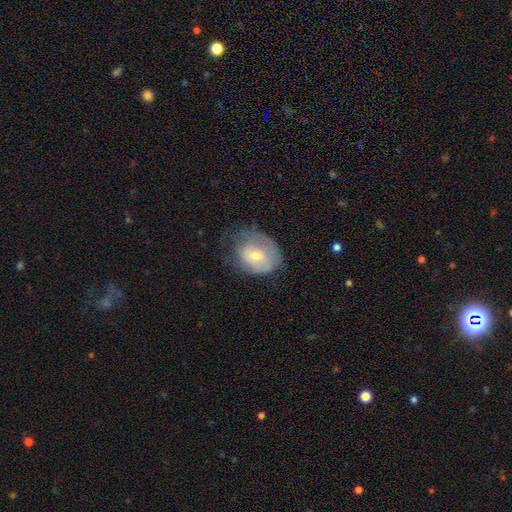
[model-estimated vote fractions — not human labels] Smooth or featured? smooth (53%)
How rounded? in between (55%)
Merging? none (43%)